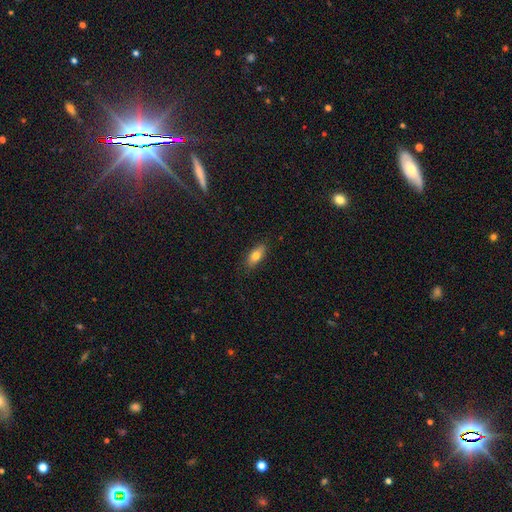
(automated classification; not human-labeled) Morphology: type=smooth (75%); roundness=in between (81%); merging=none (86%).